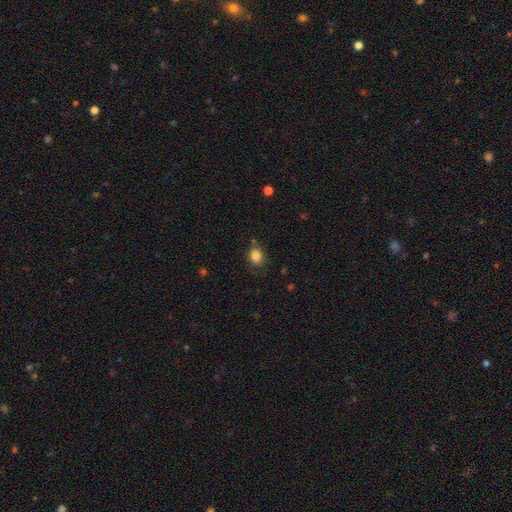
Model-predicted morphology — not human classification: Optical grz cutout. It shows a smooth galaxy with no disk features (85%) that is in between round and cigar-shaped (52%). Merging: none (74%).